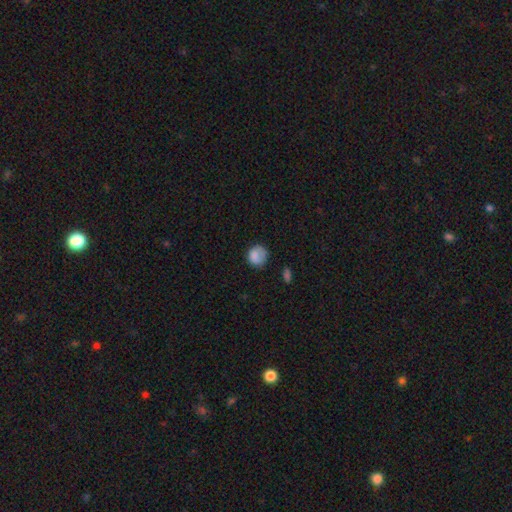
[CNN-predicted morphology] Smooth or featured? Predicted: smooth (p=0.82). How rounded? Predicted: round (p=0.83). Merging? Predicted: none (p=0.67).